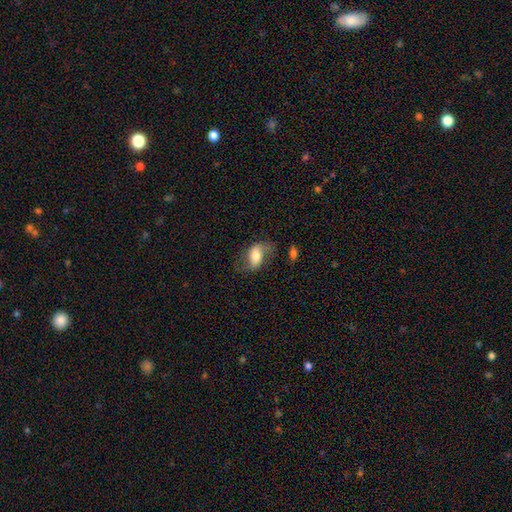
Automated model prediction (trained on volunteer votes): A smooth galaxy with no disk features (49%). Merging: none (54%).